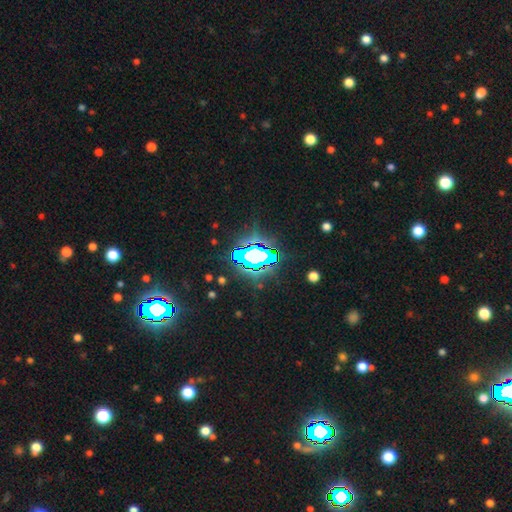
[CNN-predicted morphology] This appears to be a star or artifact, not a galaxy (65%).